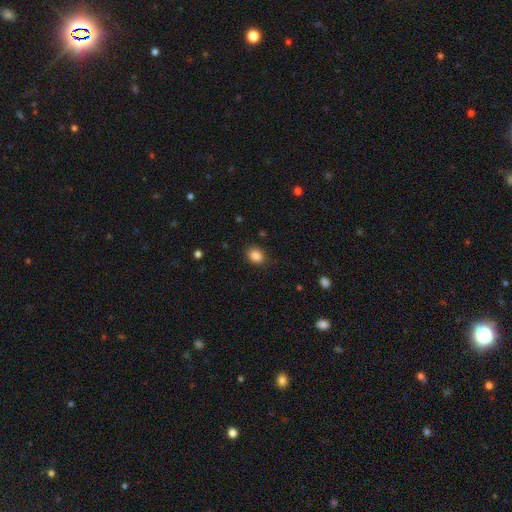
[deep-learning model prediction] A smooth galaxy with no disk features (87%) that is in between round and cigar-shaped (52%).

Vote fractions:
- Smooth or featured? smooth: 87% / star or artifact: 10% / featured or disk: 4%
- How rounded? in between: 52% / round: 47% / cigar-shaped: 1%
- Merging? none: 83% / minor disturbance: 13% / major disturbance: 3% / merger: 1%